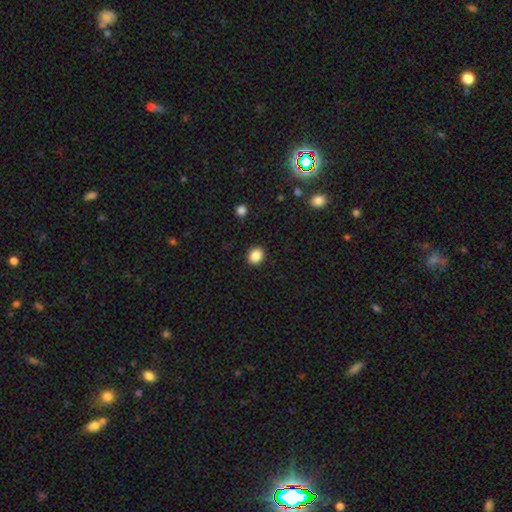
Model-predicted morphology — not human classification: Smooth or featured? smooth (87%)
How rounded? round (61%)
Merging? none (91%)